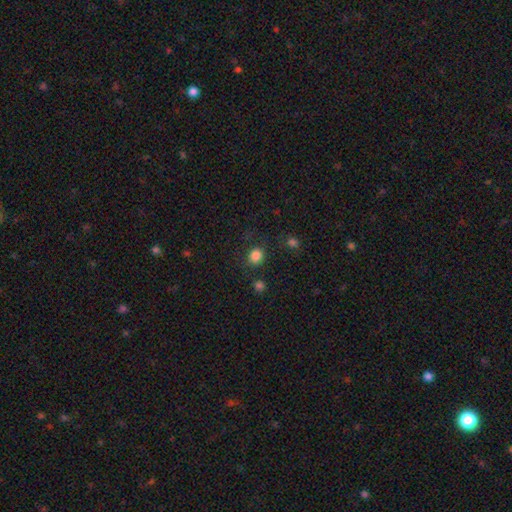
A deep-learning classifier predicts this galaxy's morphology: Smooth or featured?
  - smooth: 84% *
  - star or artifact: 12%
  - featured or disk: 4%
How rounded?
  - round: 80% *
  - in between: 19%
  - cigar-shaped: 1%
Merging?
  - none: 82% *
  - minor disturbance: 10%
  - merger: 4%
  - major disturbance: 4%